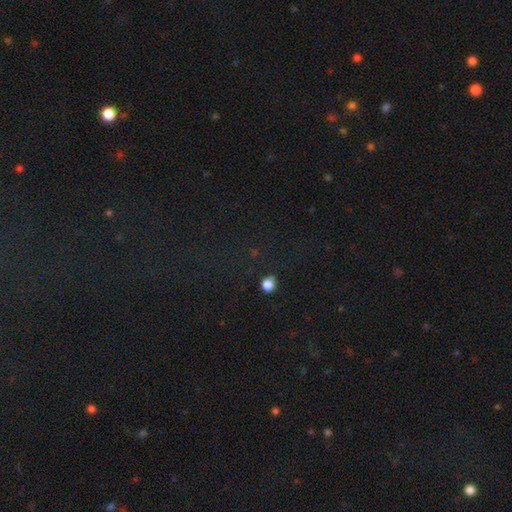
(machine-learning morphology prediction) star or artifact 73%, smooth 17%, featured or disk 10%.